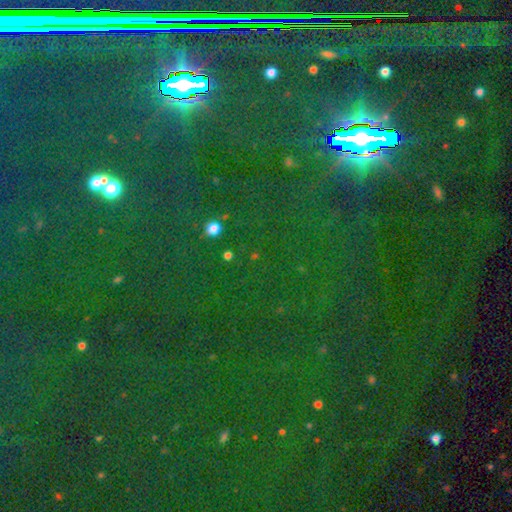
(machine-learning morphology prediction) Q: Smooth or featured?
A: star or artifact (83%); runner-up: smooth (10%)